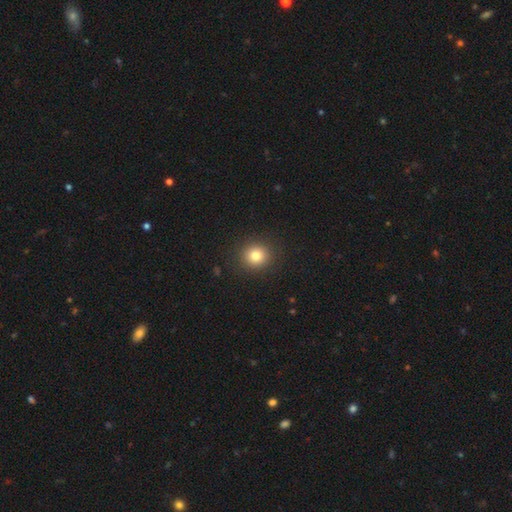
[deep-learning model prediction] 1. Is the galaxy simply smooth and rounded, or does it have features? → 82% smooth, 12% star or artifact, 7% featured or disk.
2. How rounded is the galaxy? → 87% round, 12% in between, 1% cigar-shaped.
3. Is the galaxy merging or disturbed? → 90% none, 6% minor disturbance, 3% major disturbance, 1% merger.